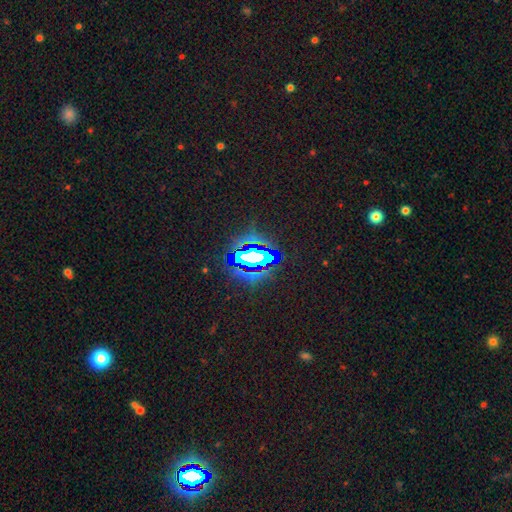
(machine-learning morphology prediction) Smooth or featured? star or artifact (66%)